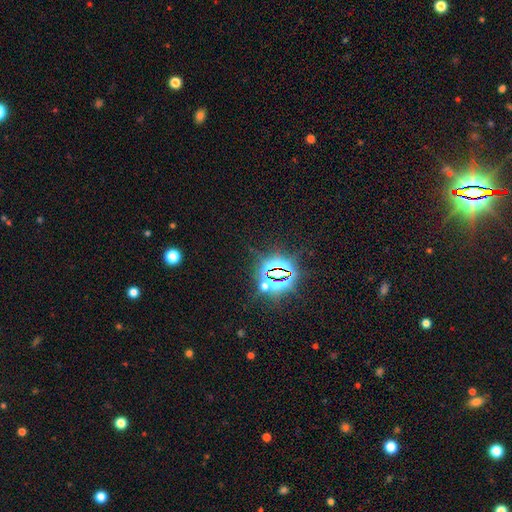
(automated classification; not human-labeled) This is clearly a star or artifact rather than a galaxy (85%).